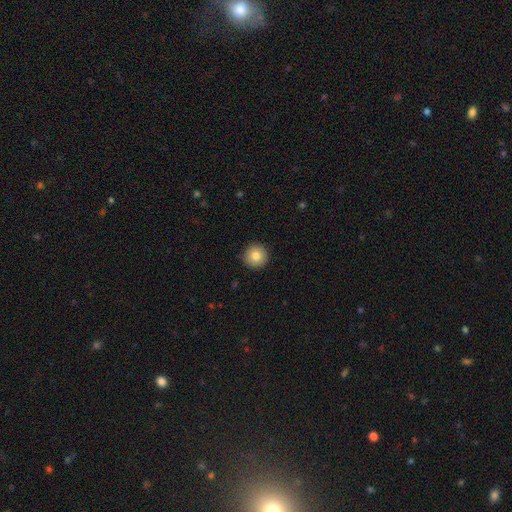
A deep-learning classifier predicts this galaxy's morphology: Smooth or featured? Predicted: smooth (p=0.83). How rounded? Predicted: round (p=0.96). Merging? Predicted: none (p=0.92).